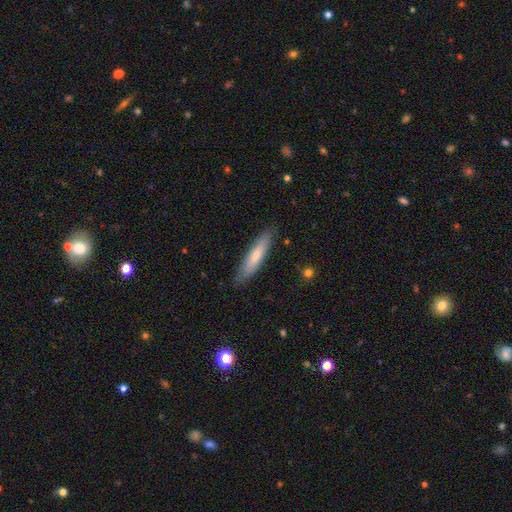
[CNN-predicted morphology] The model was most divided on "smooth or featured": smooth: 68%, featured or disk: 27%, star or artifact: 6%. More confident: merging — none (87%); how rounded — cigar-shaped (83%).